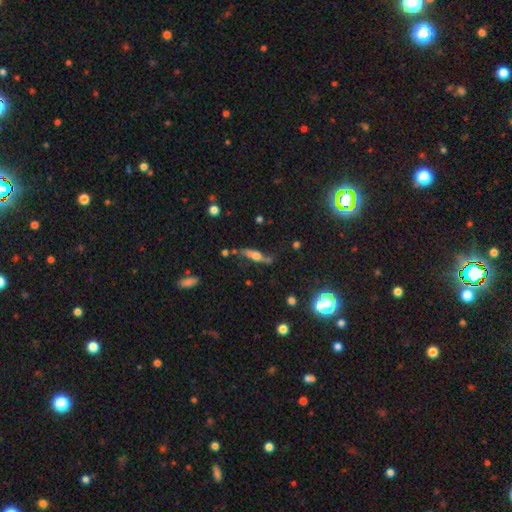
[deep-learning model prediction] A featured or disk galaxy (59%) viewed edge-on (61%).

Vote fractions:
- Smooth or featured? featured or disk: 59% / smooth: 30% / star or artifact: 11%
- Edge-on disk? yes: 61% / no: 39%
- Merging? none: 57% / minor disturbance: 23% / major disturbance: 12% / merger: 7%